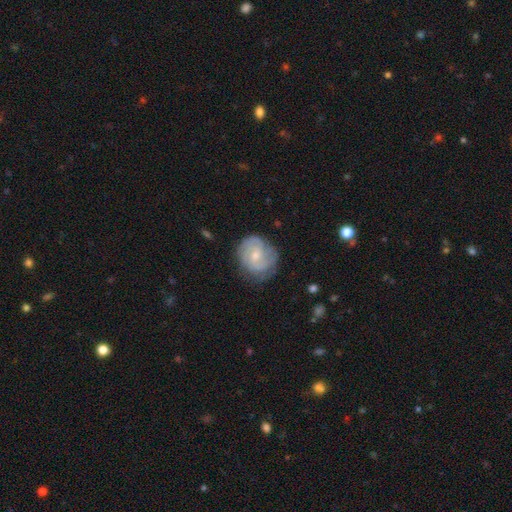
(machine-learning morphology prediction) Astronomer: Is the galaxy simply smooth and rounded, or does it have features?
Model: featured or disk — 69%.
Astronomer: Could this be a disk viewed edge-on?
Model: no — 98%.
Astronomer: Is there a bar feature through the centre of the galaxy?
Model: no — 56% (runner-up: weak, 39%).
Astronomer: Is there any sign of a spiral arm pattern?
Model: yes — 90%.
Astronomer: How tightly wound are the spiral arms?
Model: tight — 47% (runner-up: medium, 40%).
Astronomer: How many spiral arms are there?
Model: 2 — 47% (runner-up: can't tell, 25%).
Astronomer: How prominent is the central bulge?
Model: small — 54% (runner-up: moderate, 40%).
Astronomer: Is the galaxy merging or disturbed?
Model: none — 70%.